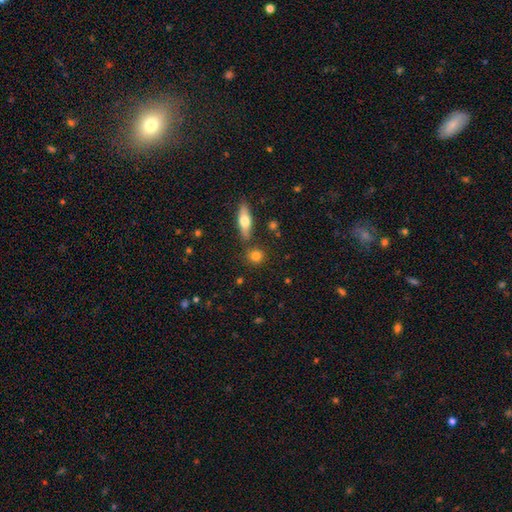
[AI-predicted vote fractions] The model was most divided on "how rounded": round: 75%, in between: 19%, cigar-shaped: 5%. More confident: smooth or featured — smooth (79%); merging — none (77%).